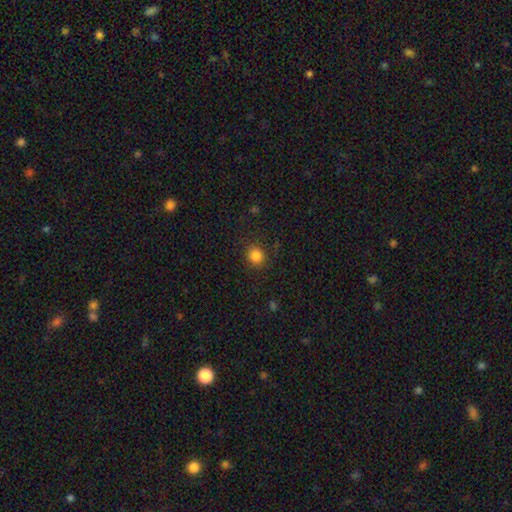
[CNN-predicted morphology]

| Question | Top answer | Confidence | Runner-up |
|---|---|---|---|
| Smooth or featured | smooth | 85% | star or artifact (11%) |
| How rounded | round | 87% | in between (12%) |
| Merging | none | 88% | minor disturbance (8%) |